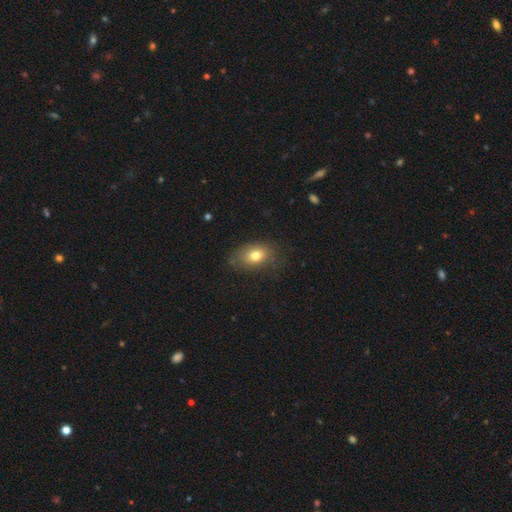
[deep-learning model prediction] Overall: smooth (75%). How rounded: in between (82%). Merging: none (72%).